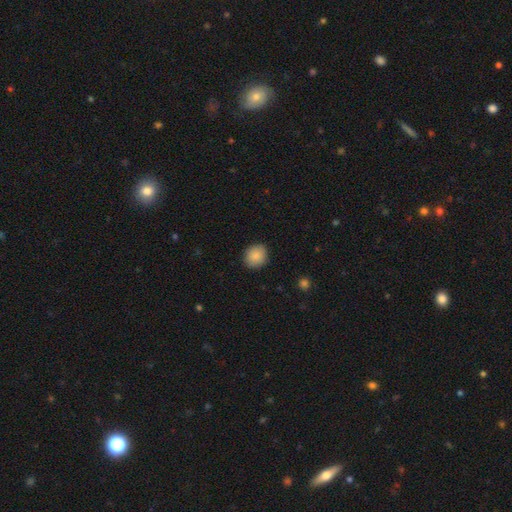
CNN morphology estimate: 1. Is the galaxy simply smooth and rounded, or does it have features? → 87% smooth, 8% star or artifact, 5% featured or disk.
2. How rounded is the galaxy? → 75% round, 24% in between, 1% cigar-shaped.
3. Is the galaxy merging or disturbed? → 88% none, 9% minor disturbance, 2% major disturbance, 1% merger.